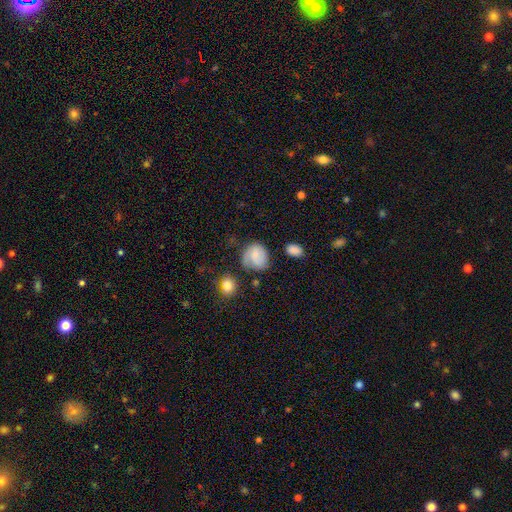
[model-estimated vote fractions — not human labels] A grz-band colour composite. It shows a smooth galaxy with no disk features (65%) that is round (72%). Merging: none (55%).